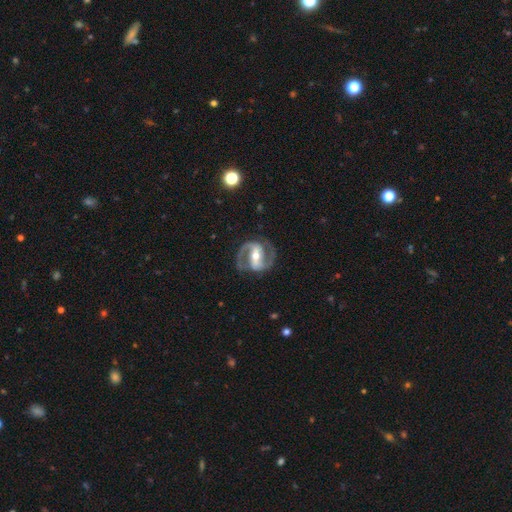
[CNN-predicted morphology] A featured or disk galaxy (91%) with a strong bar (61%), 2 (93%) medium (60%) spiral arms (96%) and a moderate central bulge (67%).

Vote fractions:
- Smooth or featured? featured or disk: 91% / smooth: 5% / star or artifact: 4%
- Edge-on disk? no: 97% / yes: 3%
- Bar? strong: 61% / weak: 28% / no: 12%
- Spiral arms? yes: 96% / no: 4%
- Spiral winding? medium: 60% / tight: 26% / loose: 14%
- Spiral arm count? 2: 93% / can't tell: 2% / 1: 2% / 3: 1% / 4: 1% / more than 4: 1%
- Bulge size? moderate: 67% / small: 26% / large: 5% / none: 1% / dominant: 1%
- Merging? none: 82% / minor disturbance: 11% / major disturbance: 6% / merger: 1%